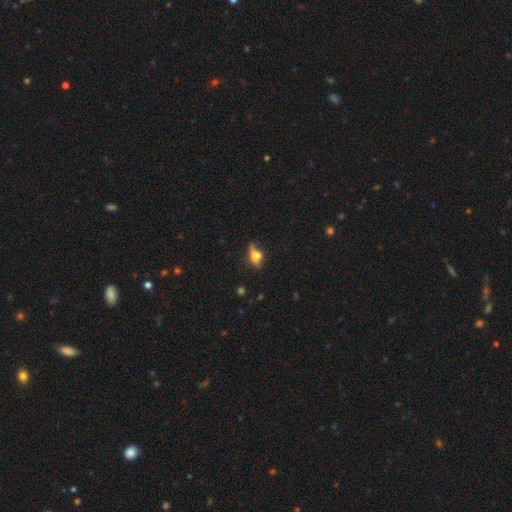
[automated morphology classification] This is possibly a smooth galaxy (50%). How rounded: likely in between (68%). Merging: possibly none (55%).